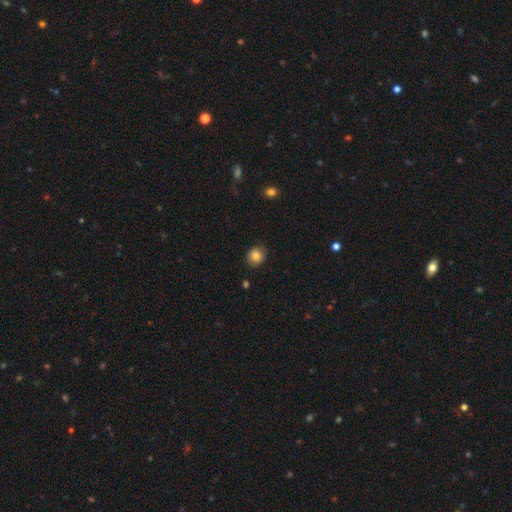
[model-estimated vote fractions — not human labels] Smooth or featured? Predicted: smooth (p=0.83). How rounded? Predicted: round (p=0.76). Merging? Predicted: none (p=0.85).